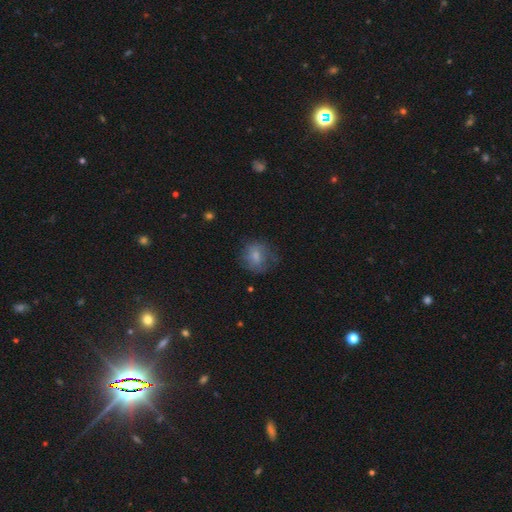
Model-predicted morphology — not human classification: A smooth galaxy with no disk features (61%) that is round (71%). Merging: none (59%).